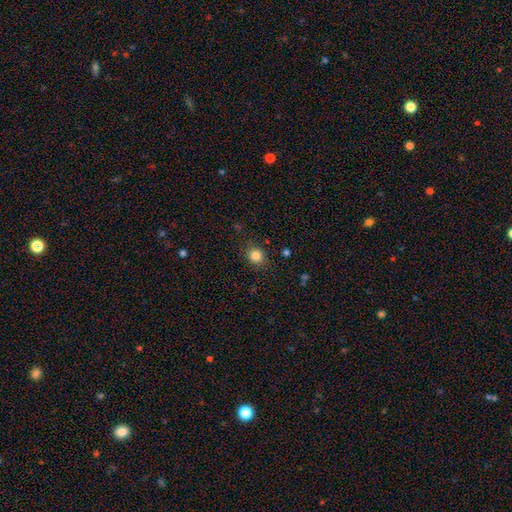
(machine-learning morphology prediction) A smooth galaxy with no disk features (84%) that is round (84%). Merging: none (86%).